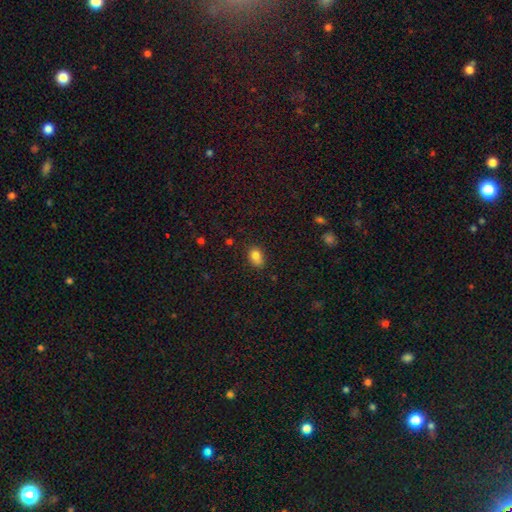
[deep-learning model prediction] smooth-or-featured: smooth: 81% | star or artifact: 11% | featured or disk: 8%
  how-rounded: in between: 66% | round: 32% | cigar-shaped: 1%
  merging: none: 62% | minor disturbance: 27% | merger: 6% | major disturbance: 6%